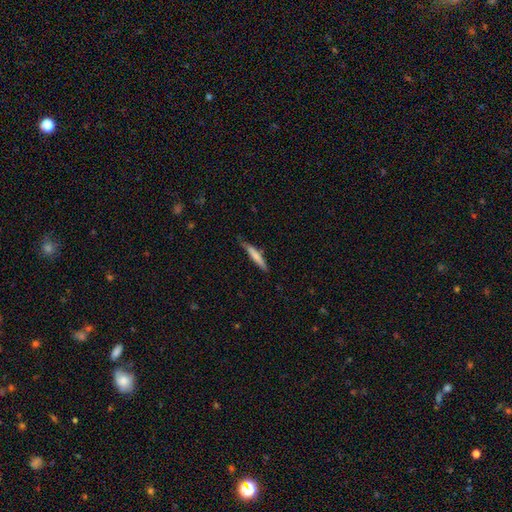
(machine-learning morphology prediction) smooth-or-featured: smooth: 69% | featured or disk: 26% | star or artifact: 6%
  how-rounded: cigar-shaped: 93% | in between: 5% | round: 1%
  merging: none: 75% | minor disturbance: 20% | major disturbance: 3% | merger: 2%